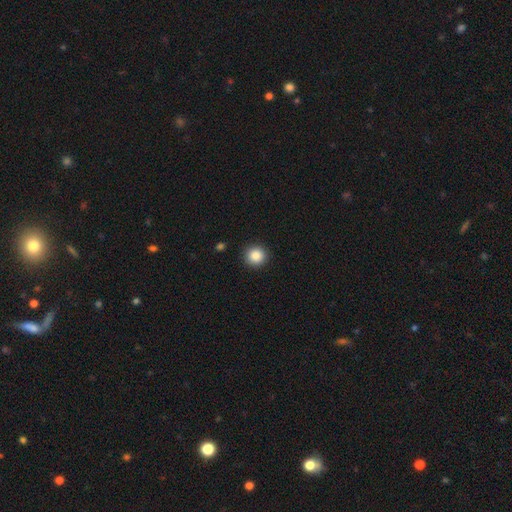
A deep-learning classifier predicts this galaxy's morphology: Smooth or featured?
  - smooth: 87% *
  - star or artifact: 9%
  - featured or disk: 4%
How rounded?
  - round: 93% *
  - in between: 6%
  - cigar-shaped: 1%
Merging?
  - none: 92% *
  - minor disturbance: 5%
  - major disturbance: 2%
  - merger: 1%